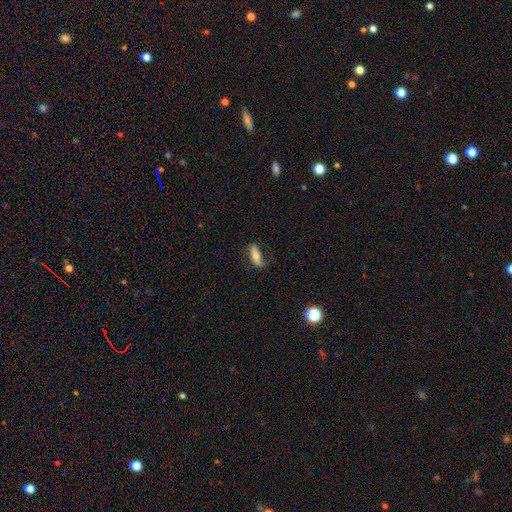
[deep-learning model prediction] This is possibly a smooth galaxy (53%). How rounded: possibly in between (59%). Merging: likely none (64%).